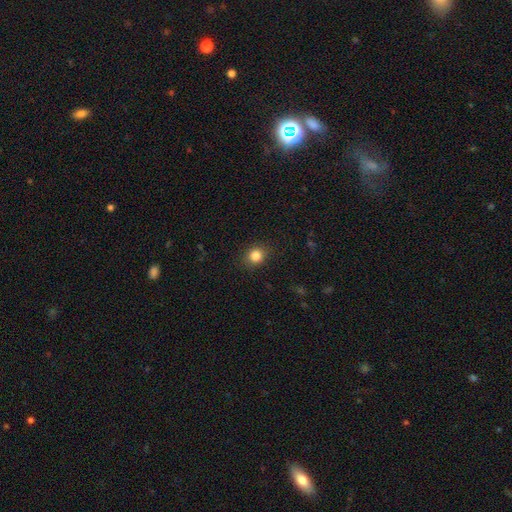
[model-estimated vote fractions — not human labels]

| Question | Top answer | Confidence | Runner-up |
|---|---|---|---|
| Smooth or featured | smooth | 83% | star or artifact (11%) |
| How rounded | round | 74% | in between (25%) |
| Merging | none | 88% | minor disturbance (8%) |